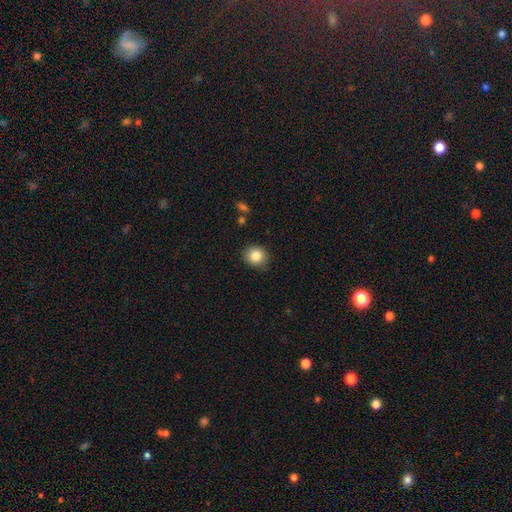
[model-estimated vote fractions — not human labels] smooth_or_featured: smooth (p=0.84) [alt: star or artifact p=0.10]
how_rounded: round (p=0.83) [alt: in between p=0.16]
merging: none (p=0.85) [alt: minor disturbance p=0.11]